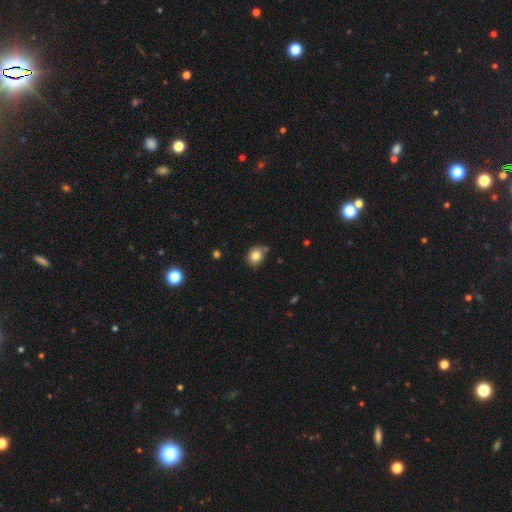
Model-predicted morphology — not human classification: Overall: smooth (82%). How rounded: round (63%; in between 37%). Merging: none (72%).